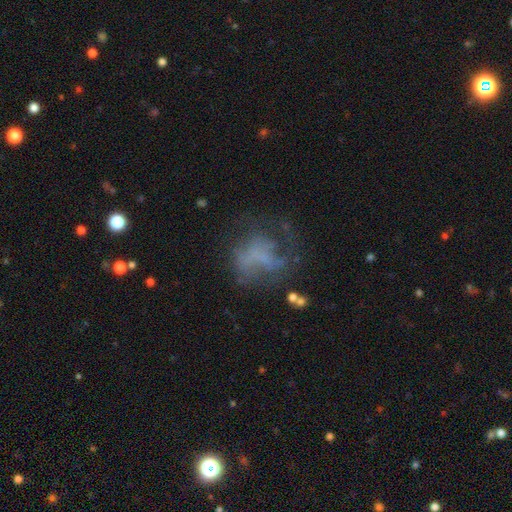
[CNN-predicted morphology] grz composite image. It shows a featured or disk galaxy (49%). Merging: none (40%).